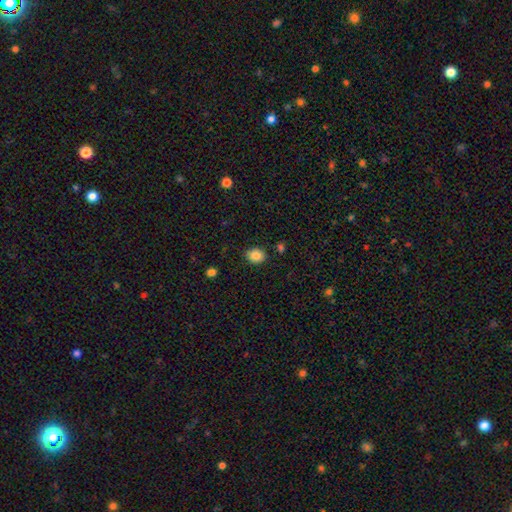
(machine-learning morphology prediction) Q: Smooth or featured?
A: smooth (85%); runner-up: star or artifact (9%)
Q: How rounded?
A: round (54%); runner-up: in between (45%)
Q: Merging?
A: none (87%); runner-up: minor disturbance (9%)